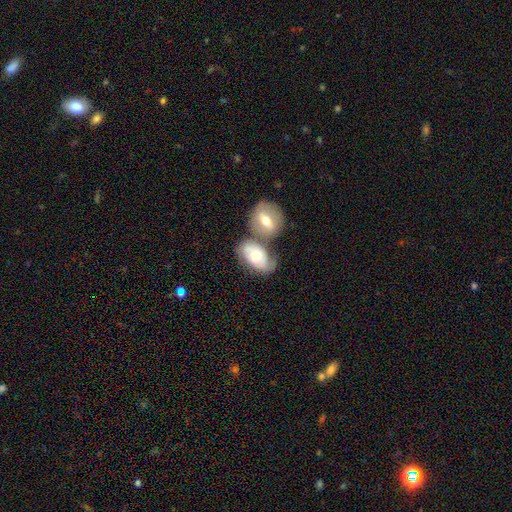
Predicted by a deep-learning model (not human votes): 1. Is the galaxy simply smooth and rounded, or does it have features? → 49% smooth, 45% featured or disk, 6% star or artifact.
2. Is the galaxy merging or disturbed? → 46% merger, 34% none, 14% minor disturbance, 6% major disturbance.